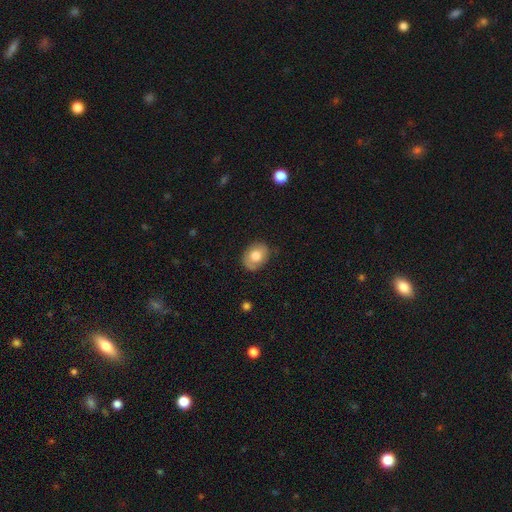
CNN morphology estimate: A smooth galaxy with no disk features (71%) that is in between round and cigar-shaped (58%).

Vote fractions:
- Smooth or featured? smooth: 71% / featured or disk: 22% / star or artifact: 8%
- How rounded? in between: 58% / round: 41% / cigar-shaped: 1%
- Merging? none: 81% / minor disturbance: 14% / major disturbance: 3% / merger: 1%